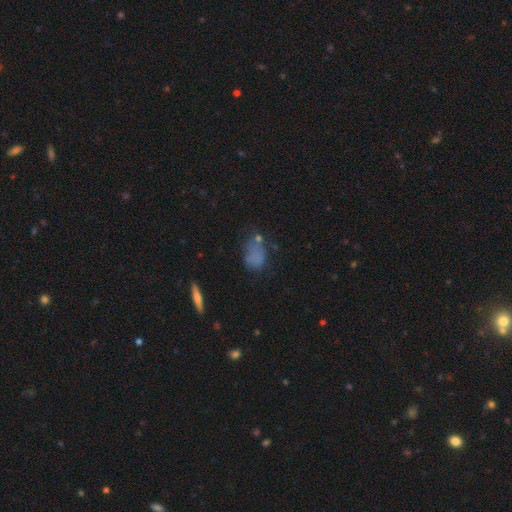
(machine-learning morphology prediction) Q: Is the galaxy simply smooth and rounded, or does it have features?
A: smooth — 62%.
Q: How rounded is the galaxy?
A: in between — 72%.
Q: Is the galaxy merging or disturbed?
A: none — 42%.